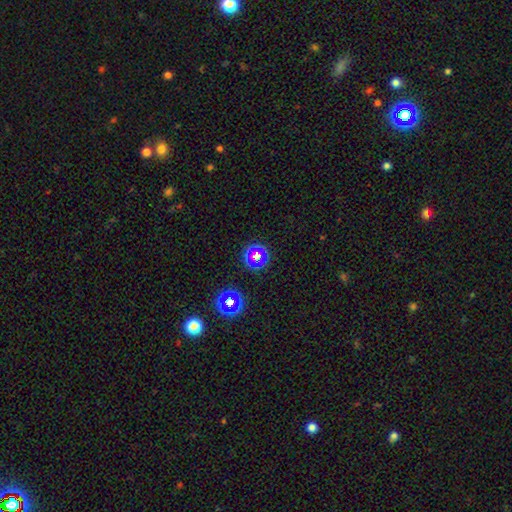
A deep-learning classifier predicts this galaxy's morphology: Smooth or featured?
  - star or artifact: 51% *
  - smooth: 36%
  - featured or disk: 13%